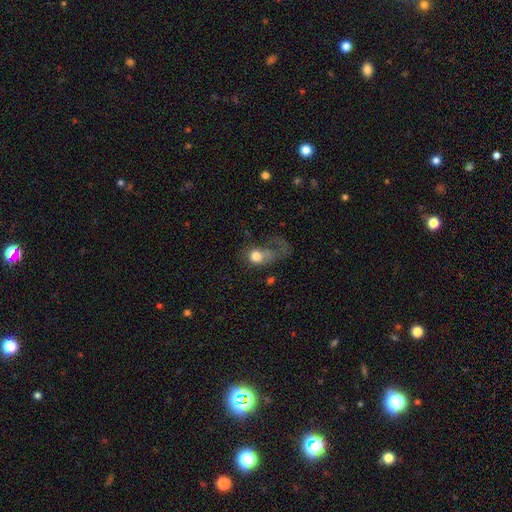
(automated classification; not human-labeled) Smooth or featured? Predicted: smooth (p=0.66). How rounded? Predicted: round (p=0.53). Merging? Predicted: major disturbance (p=0.64).